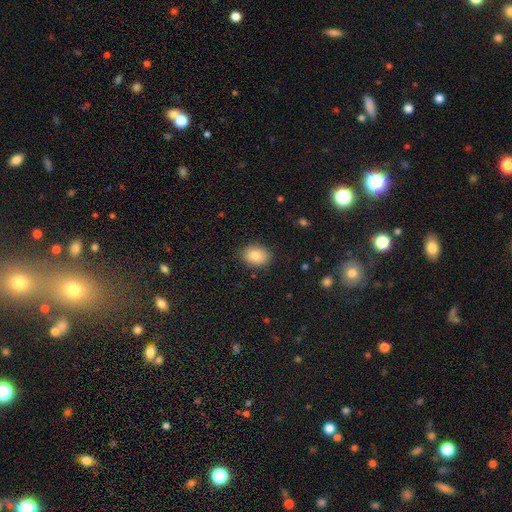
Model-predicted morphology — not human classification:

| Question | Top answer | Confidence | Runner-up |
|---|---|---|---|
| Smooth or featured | smooth | 87% | star or artifact (8%) |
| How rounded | in between | 71% | round (28%) |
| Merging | none | 87% | minor disturbance (10%) |